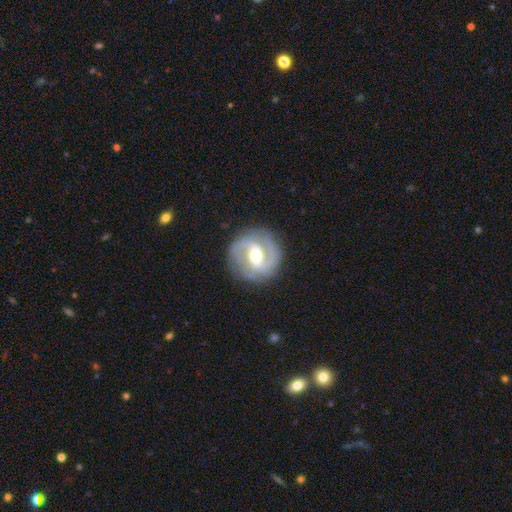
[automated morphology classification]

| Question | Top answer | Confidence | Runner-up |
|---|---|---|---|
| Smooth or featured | featured or disk | 87% | smooth (8%) |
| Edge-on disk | no | 97% | yes (3%) |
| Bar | weak | 47% | strong (32%) |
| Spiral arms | yes | 95% | no (5%) |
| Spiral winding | tight | 56% | medium (37%) |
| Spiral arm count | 2 | 75% | 3 (11%) |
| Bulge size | moderate | 70% | small (22%) |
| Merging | none | 85% | minor disturbance (11%) |